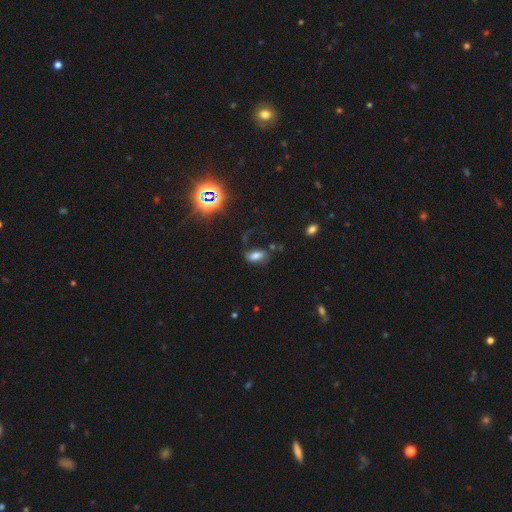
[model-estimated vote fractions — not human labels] Smooth or featured: smooth — 64% (star or artifact — 19%)
How rounded: in between — 88% (round — 6%)
Merging: none — 60% (minor disturbance — 22%)